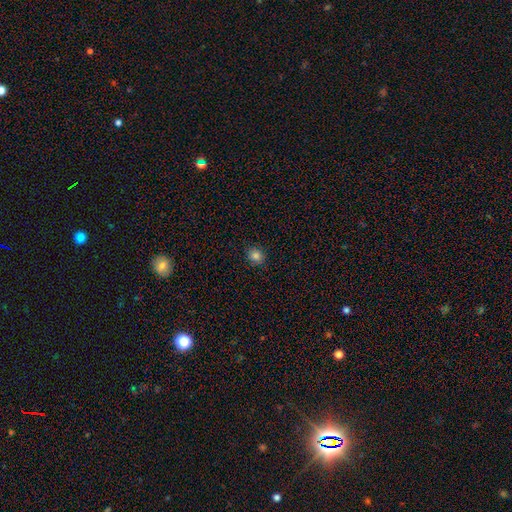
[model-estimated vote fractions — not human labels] Morphology: type=smooth (83%); roundness=round (84%); merging=none (90%).